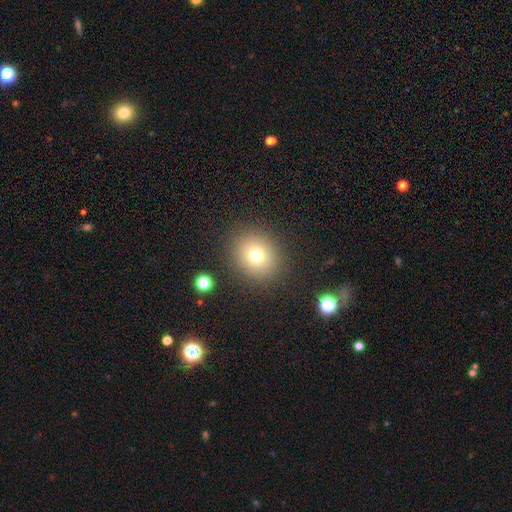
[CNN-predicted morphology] The model was most divided on "how rounded": round: 77%, in between: 23%, cigar-shaped: 1%. More confident: merging — none (87%); smooth or featured — smooth (73%).